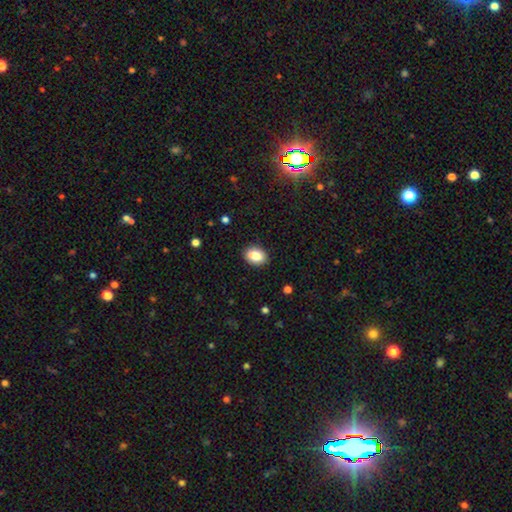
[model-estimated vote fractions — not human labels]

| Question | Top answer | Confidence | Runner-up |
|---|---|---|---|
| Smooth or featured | smooth | 85% | star or artifact (8%) |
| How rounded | in between | 77% | round (22%) |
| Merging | none | 89% | minor disturbance (8%) |